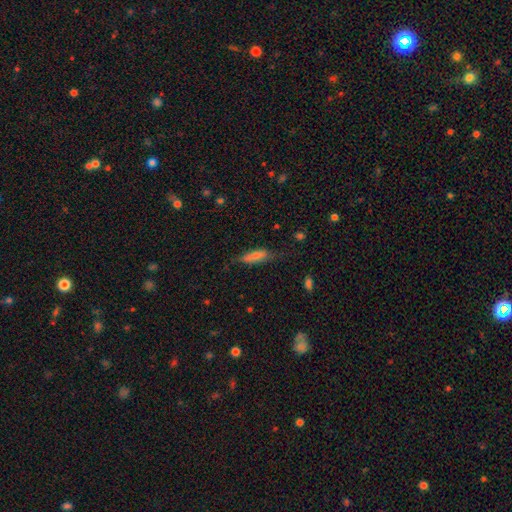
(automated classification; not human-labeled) A smooth galaxy with no disk features (63%) that is cigar-shaped (61%).

Vote fractions:
- Smooth or featured? smooth: 63% / featured or disk: 29% / star or artifact: 9%
- How rounded? cigar-shaped: 61% / in between: 36% / round: 2%
- Merging? none: 66% / minor disturbance: 24% / major disturbance: 8% / merger: 2%